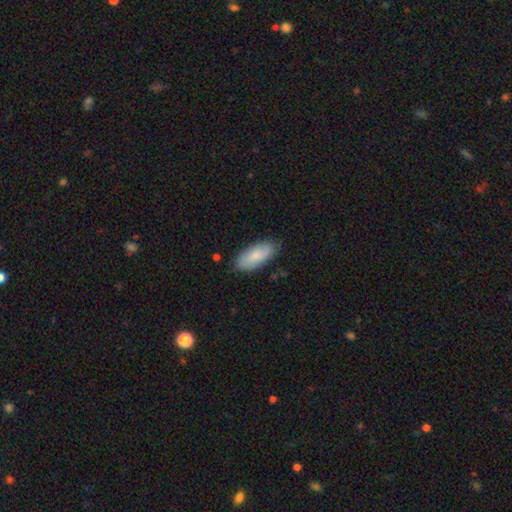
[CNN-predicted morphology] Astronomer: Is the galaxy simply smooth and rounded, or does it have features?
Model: smooth — 80%.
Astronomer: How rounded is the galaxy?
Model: in between — 88%.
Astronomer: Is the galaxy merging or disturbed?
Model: none — 83%.